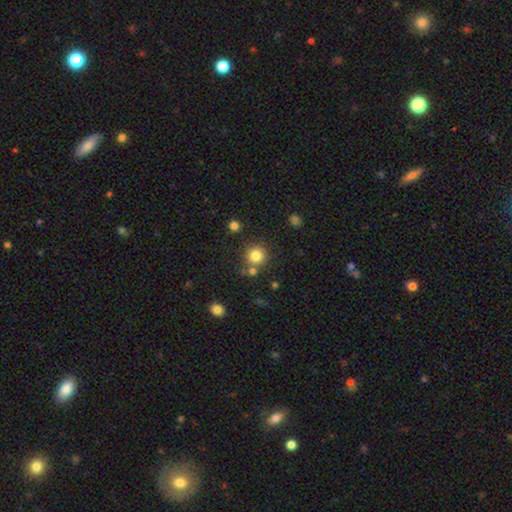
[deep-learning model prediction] Smooth or featured?
  - smooth: 82% *
  - star or artifact: 12%
  - featured or disk: 6%
How rounded?
  - round: 93% *
  - in between: 6%
  - cigar-shaped: 1%
Merging?
  - none: 76% *
  - merger: 12%
  - minor disturbance: 8%
  - major disturbance: 3%